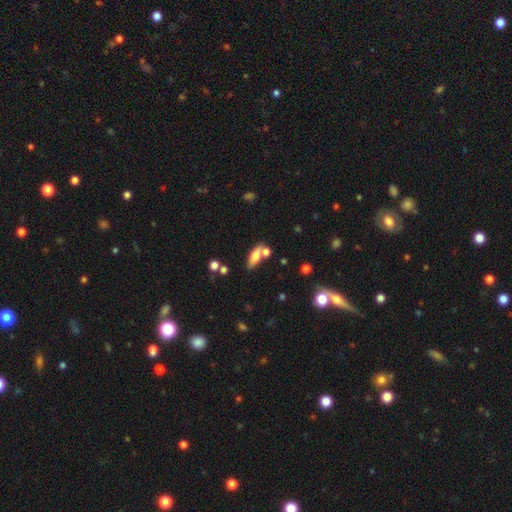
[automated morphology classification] Smooth or featured? Predicted: smooth (p=0.71). How rounded? Predicted: in between (p=0.73). Merging? Predicted: none (p=0.51).